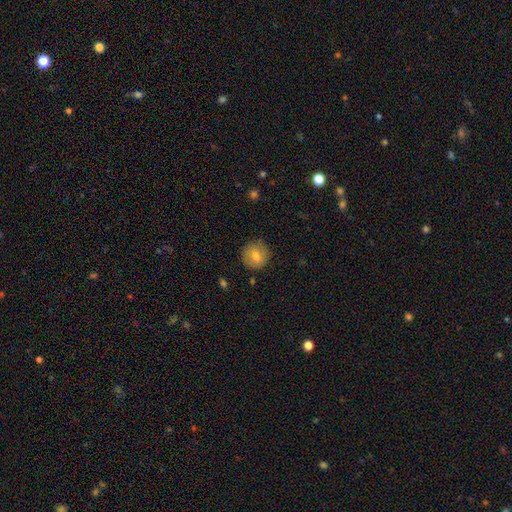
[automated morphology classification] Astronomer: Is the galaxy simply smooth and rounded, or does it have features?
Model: smooth — 77%.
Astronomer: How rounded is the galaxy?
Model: round — 93%.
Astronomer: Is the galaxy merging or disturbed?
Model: none — 87%.